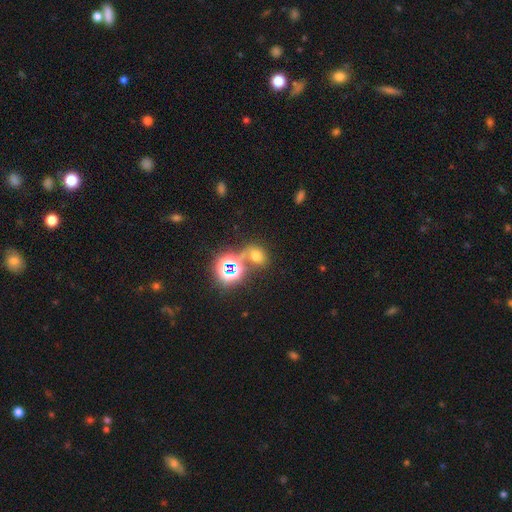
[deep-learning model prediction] Smooth or featured? smooth (53%)
How rounded? round (51%)
Merging? none (51%)